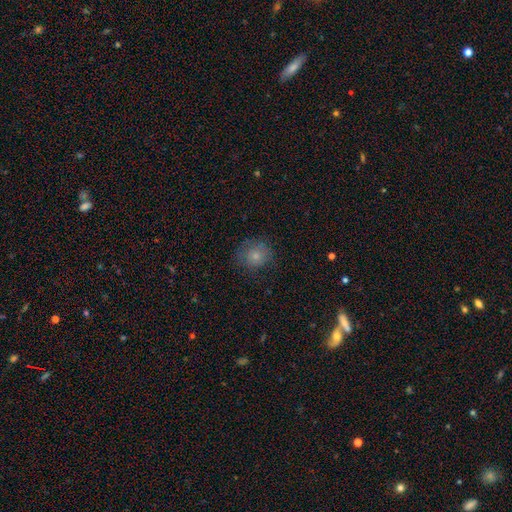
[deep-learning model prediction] This is likely a smooth galaxy (78%). How rounded: clearly round (80%). Merging: likely none (71%).